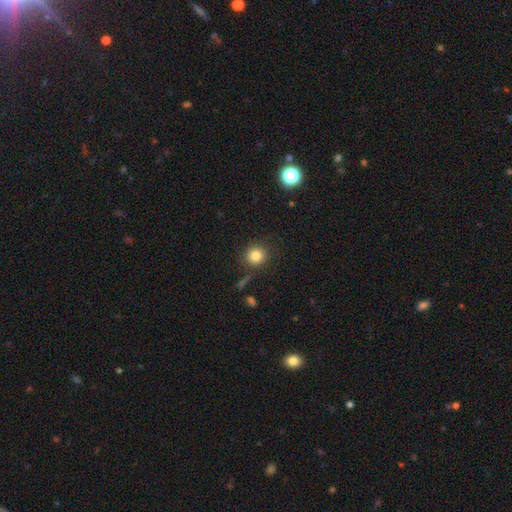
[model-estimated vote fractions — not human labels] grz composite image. It shows a smooth galaxy with no disk features (82%) that is round (91%). Merging: none (84%).